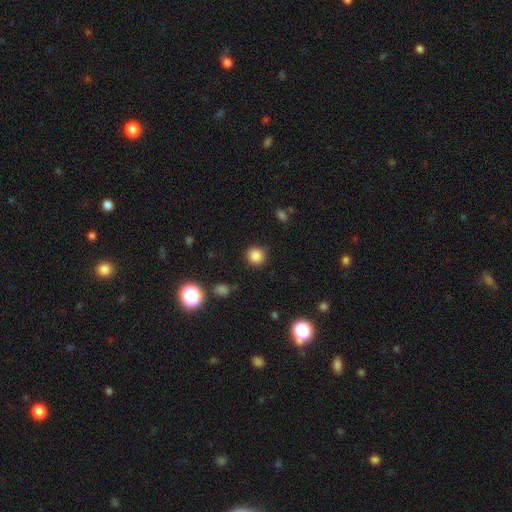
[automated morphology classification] type=smooth (84%); roundness=round (92%); merging=none (88%).